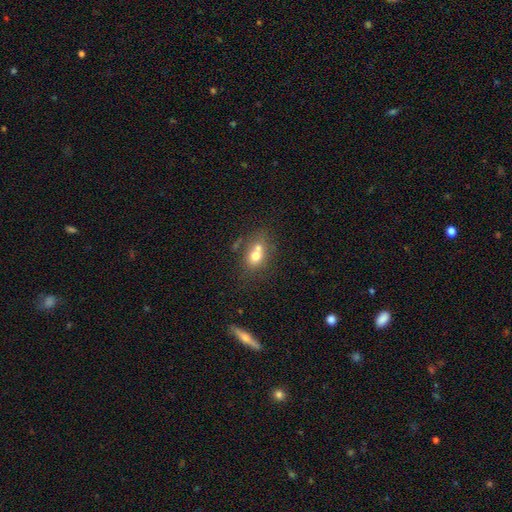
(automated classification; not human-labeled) Smooth or featured?
  - smooth: 68% *
  - featured or disk: 20%
  - star or artifact: 12%
How rounded?
  - in between: 54% *
  - round: 45%
  - cigar-shaped: 2%
Merging?
  - merger: 45% *
  - none: 37%
  - minor disturbance: 12%
  - major disturbance: 6%